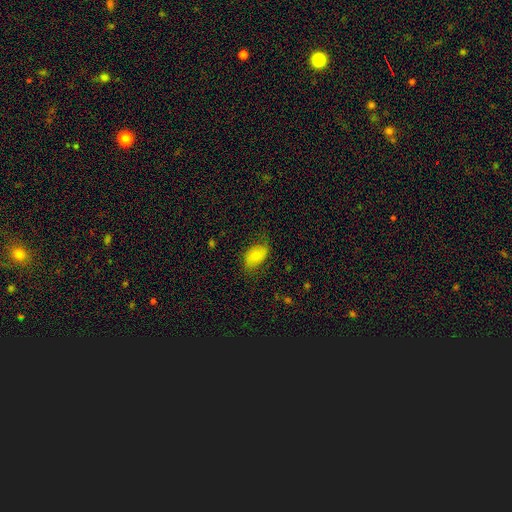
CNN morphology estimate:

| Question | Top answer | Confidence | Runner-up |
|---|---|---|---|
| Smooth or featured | smooth | 65% | featured or disk (26%) |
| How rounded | in between | 90% | round (8%) |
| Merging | none | 69% | minor disturbance (22%) |